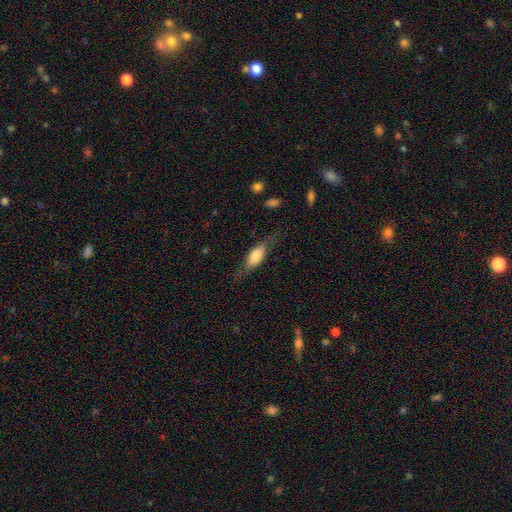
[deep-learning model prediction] A smooth galaxy with no disk features (62%) that is in between round and cigar-shaped (65%). Merging: none (66%).